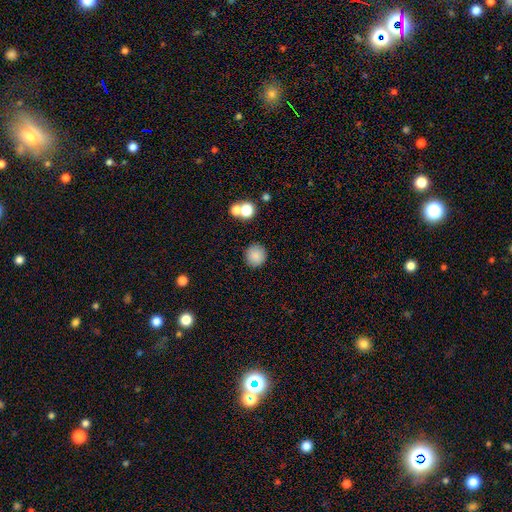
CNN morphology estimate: This is clearly a smooth galaxy (84%). How rounded: clearly round (93%). Merging: clearly none (86%).